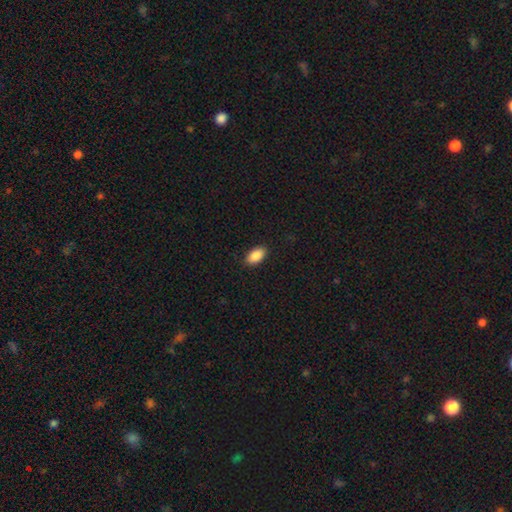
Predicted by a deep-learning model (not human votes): Smooth or featured?
  - smooth: 89% *
  - star or artifact: 7%
  - featured or disk: 4%
How rounded?
  - in between: 94% *
  - round: 4%
  - cigar-shaped: 3%
Merging?
  - none: 89% *
  - minor disturbance: 8%
  - major disturbance: 2%
  - merger: 1%